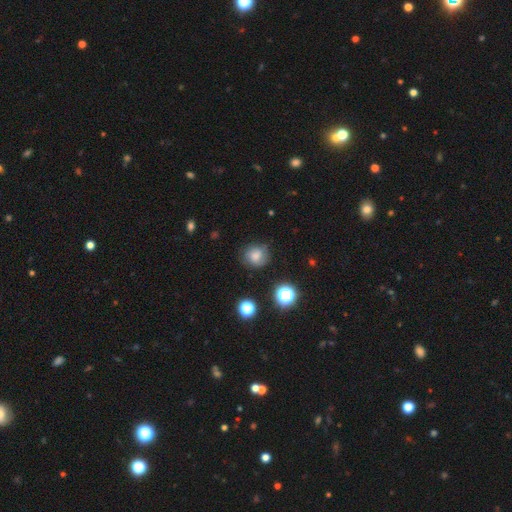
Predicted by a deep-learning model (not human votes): The model was most divided on "smooth or featured": smooth: 71%, featured or disk: 15%, star or artifact: 14%. More confident: how rounded — round (81%); merging — none (74%).